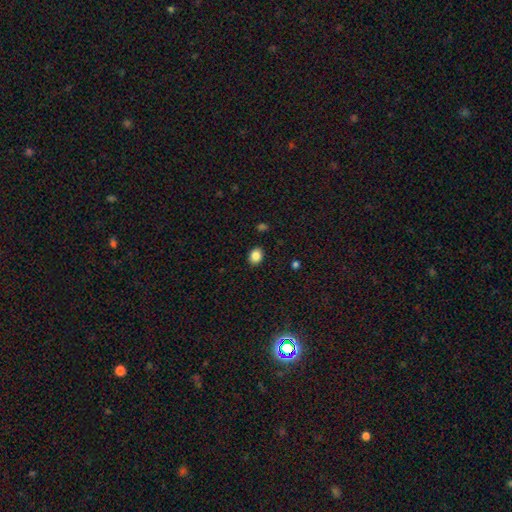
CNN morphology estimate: type=smooth (85%); roundness=in between (54%); merging=none (89%).